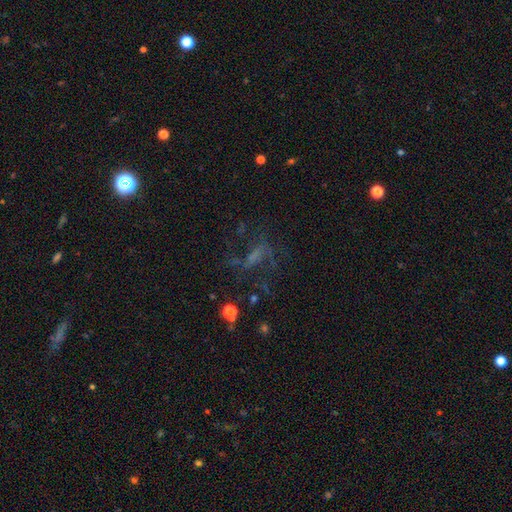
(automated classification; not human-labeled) Overall: featured or disk (47%; star or artifact 31%). Merging: none (48%; major disturbance 31%).